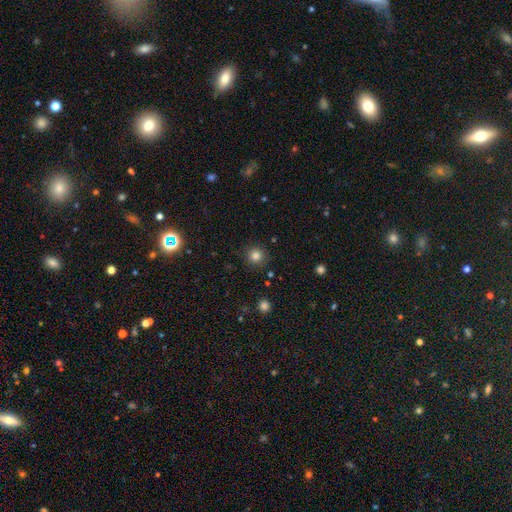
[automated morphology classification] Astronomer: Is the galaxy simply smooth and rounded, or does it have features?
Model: smooth — 82%.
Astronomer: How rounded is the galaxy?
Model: round — 93%.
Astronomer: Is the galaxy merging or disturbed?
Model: none — 89%.